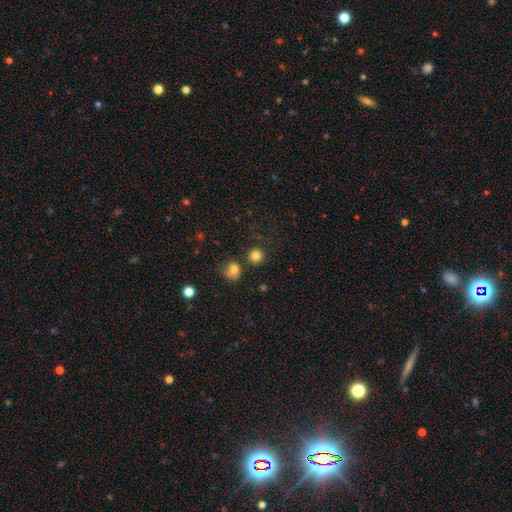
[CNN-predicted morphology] A smooth galaxy with no disk features (82%) that is round (92%).

Vote fractions:
- Smooth or featured? smooth: 82% / star or artifact: 12% / featured or disk: 6%
- How rounded? round: 92% / in between: 7% / cigar-shaped: 1%
- Merging? none: 79% / minor disturbance: 9% / merger: 8% / major disturbance: 4%